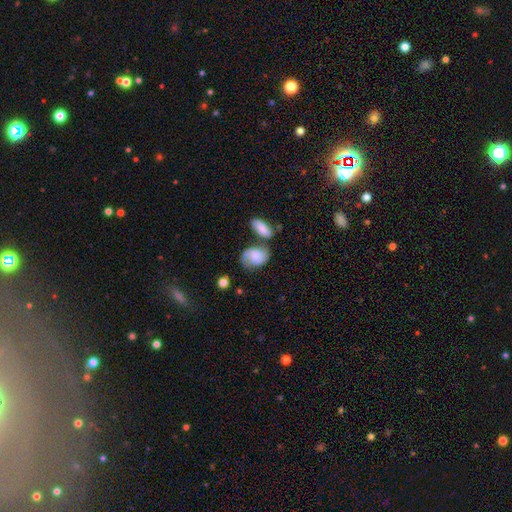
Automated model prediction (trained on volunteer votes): smooth 60%, featured or disk 32%, star or artifact 8%. Down the decision tree: how rounded — in between (75%); merging — none (43%).